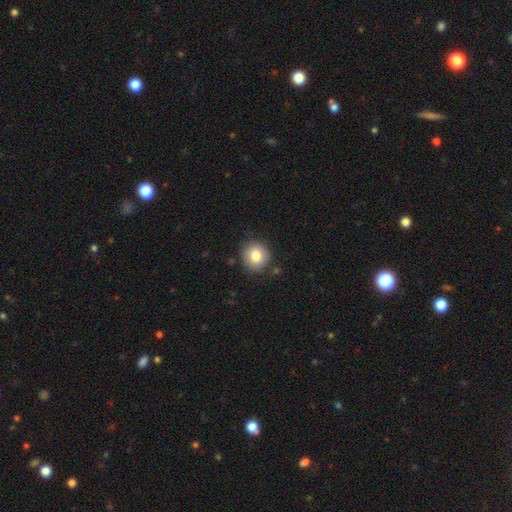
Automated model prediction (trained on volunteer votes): This appears to be a smooth galaxy with no disk features (83%) that is round (90%). Merging: none (86%).